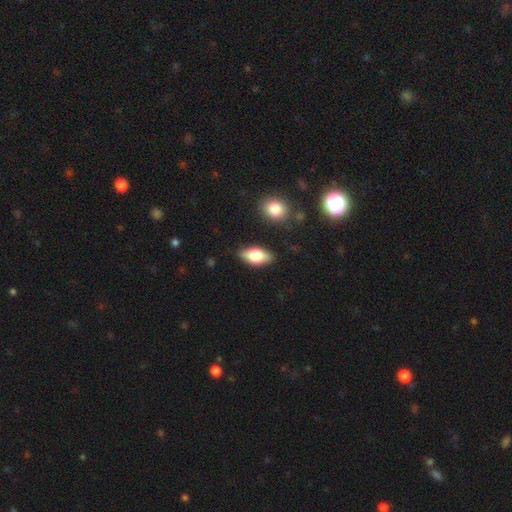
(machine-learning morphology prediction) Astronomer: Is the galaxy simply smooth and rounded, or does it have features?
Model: smooth — 72%.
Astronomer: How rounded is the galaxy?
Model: in between — 88%.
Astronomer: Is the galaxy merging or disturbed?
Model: none — 84%.